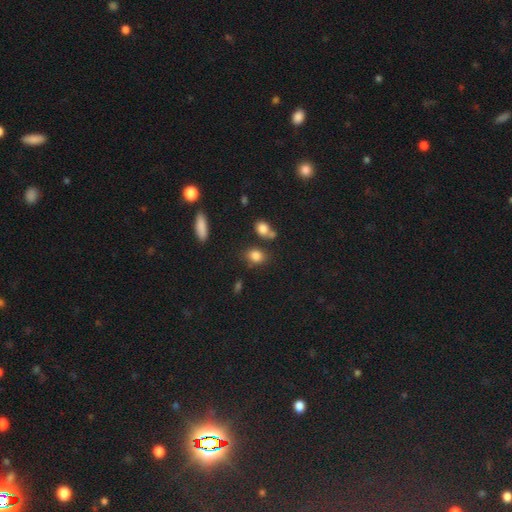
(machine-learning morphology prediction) The model was most divided on "how rounded": in between: 54%, round: 44%, cigar-shaped: 2%. More confident: smooth or featured — smooth (82%); merging — none (69%).